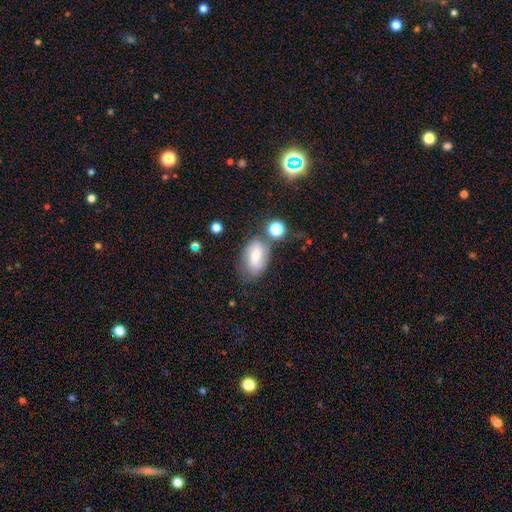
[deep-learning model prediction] smooth_or_featured: smooth (p=0.49) [alt: featured or disk p=0.41]
merging: none (p=0.60) [alt: minor disturbance p=0.21]